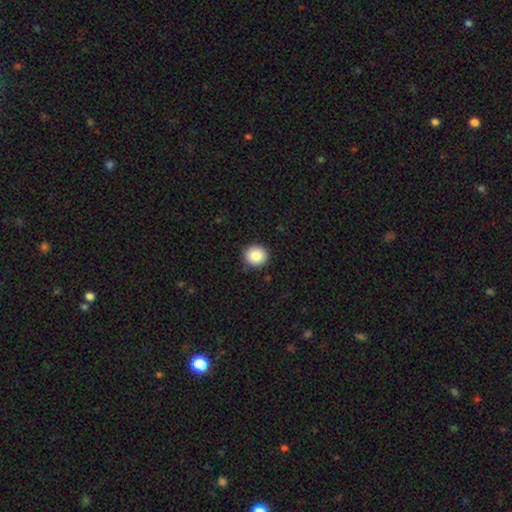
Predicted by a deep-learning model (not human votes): This appears to be a smooth galaxy with no disk features (85%) that is round (89%). Merging: none (89%).